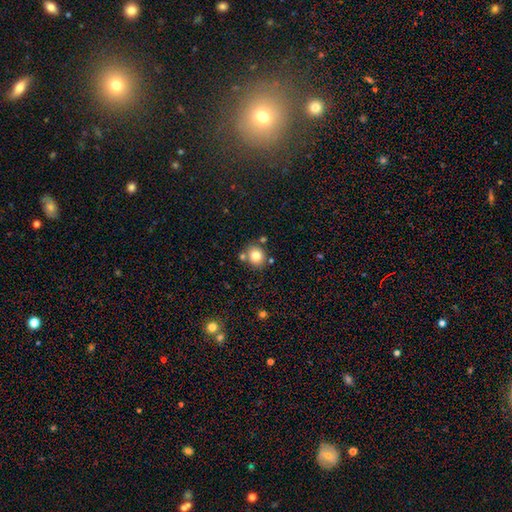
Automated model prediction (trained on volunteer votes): Smooth or featured? Predicted: smooth (p=0.80). How rounded? Predicted: round (p=0.80). Merging? Predicted: none (p=0.74).